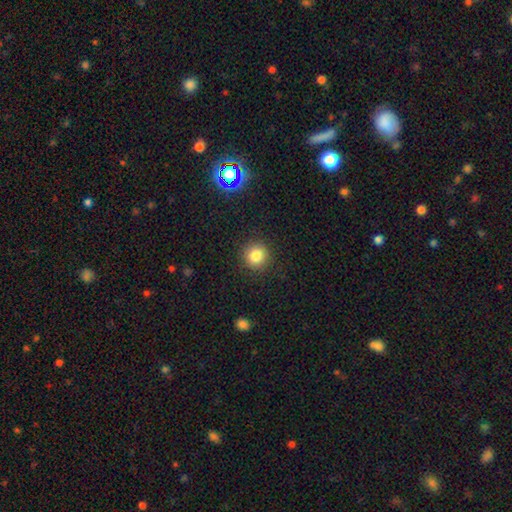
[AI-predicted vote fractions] Overall: smooth (82%). How rounded: round (93%). Merging: none (90%).